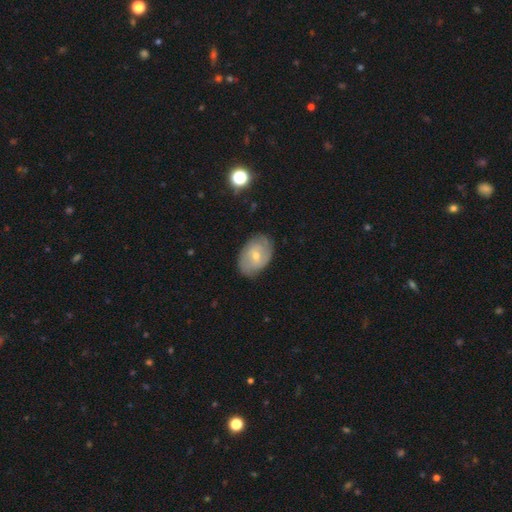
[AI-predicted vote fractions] Smooth or featured? featured or disk (51%)
Edge-on disk? no (95%)
Merging? none (75%)